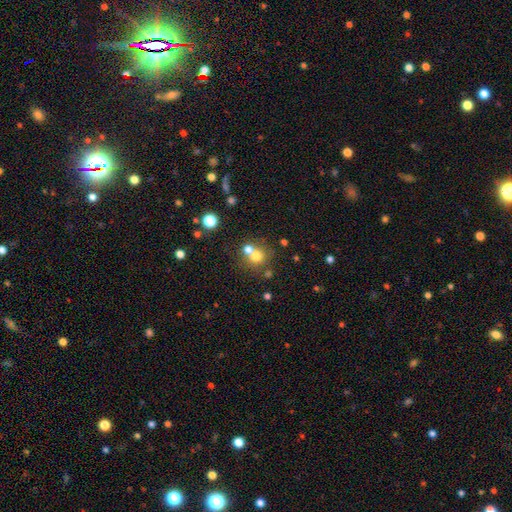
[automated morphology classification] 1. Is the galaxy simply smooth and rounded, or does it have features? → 69% smooth, 16% star or artifact, 15% featured or disk.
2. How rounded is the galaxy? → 87% round, 12% in between, 1% cigar-shaped.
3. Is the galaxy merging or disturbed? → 50% none, 38% merger, 8% minor disturbance, 4% major disturbance.